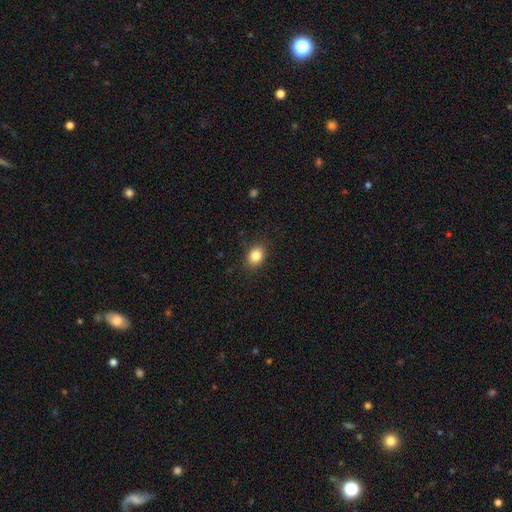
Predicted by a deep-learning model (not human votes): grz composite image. It shows a smooth galaxy with no disk features (84%) that is in between round and cigar-shaped (59%). Merging: none (87%).